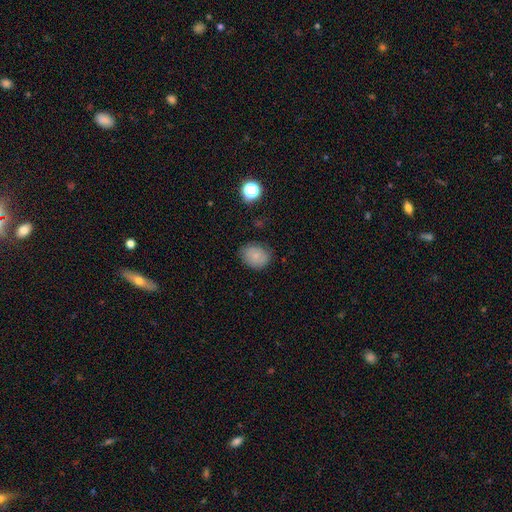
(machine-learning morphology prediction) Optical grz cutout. It shows a smooth galaxy with no disk features (76%) that is in between round and cigar-shaped (54%). Merging: none (76%).